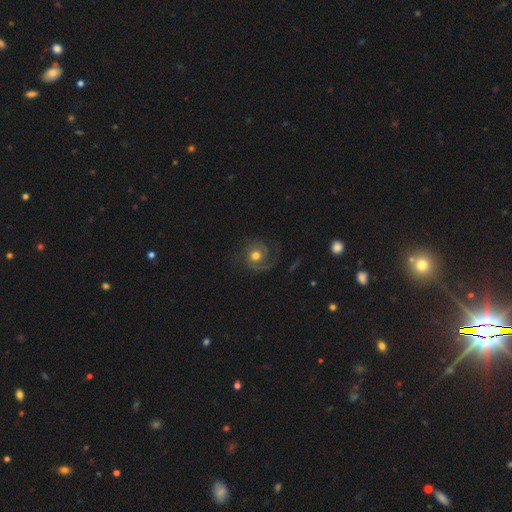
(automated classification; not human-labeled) A featured or disk galaxy (76%) with no bar (72%), 2 (60%) medium (42%) spiral arms (94%) and a moderate central bulge (69%). Merging: none (69%).